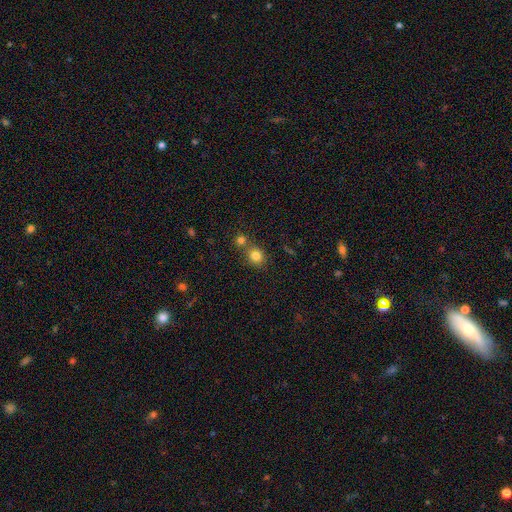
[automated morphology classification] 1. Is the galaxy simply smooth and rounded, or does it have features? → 80% smooth, 13% star or artifact, 7% featured or disk.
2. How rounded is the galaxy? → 79% round, 20% in between, 1% cigar-shaped.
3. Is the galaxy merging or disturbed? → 59% none, 30% merger, 9% minor disturbance, 3% major disturbance.